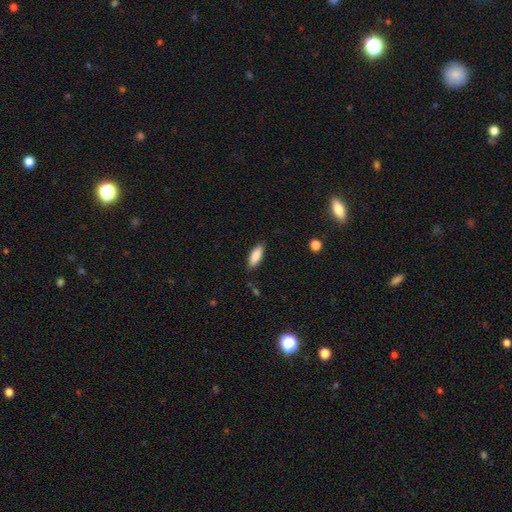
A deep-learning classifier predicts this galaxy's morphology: A smooth galaxy with no disk features (87%) that is in between round and cigar-shaped (65%). Merging: none (84%).